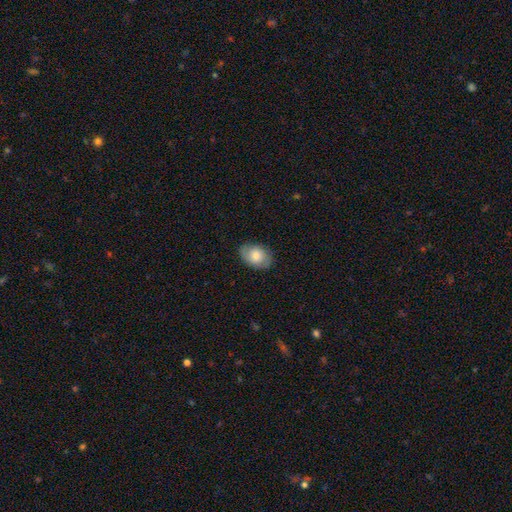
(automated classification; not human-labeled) Overall: smooth (68%). How rounded: in between (76%). Merging: none (81%).